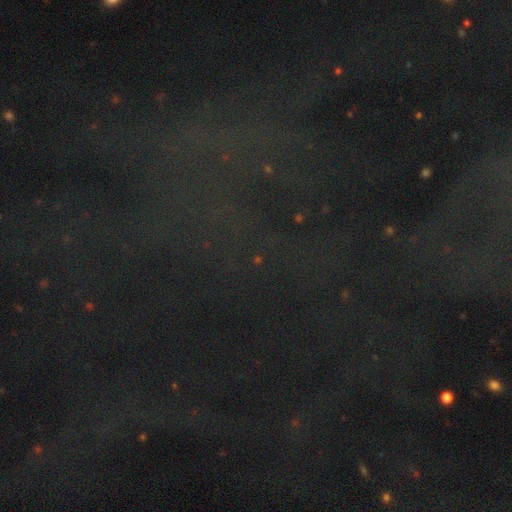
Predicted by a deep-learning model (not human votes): This appears to be a star or artifact, not a galaxy (78%).